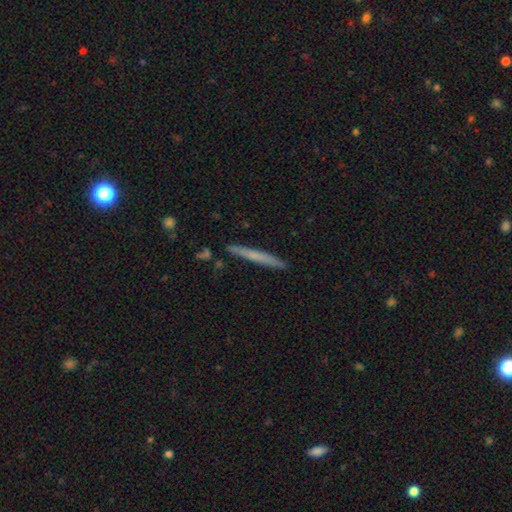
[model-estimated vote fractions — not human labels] Smooth or featured?
  - smooth: 50% *
  - featured or disk: 43%
  - star or artifact: 6%
How rounded?
  - cigar-shaped: 96% *
  - in between: 2%
  - round: 2%
Merging?
  - none: 89% *
  - minor disturbance: 8%
  - merger: 2%
  - major disturbance: 2%